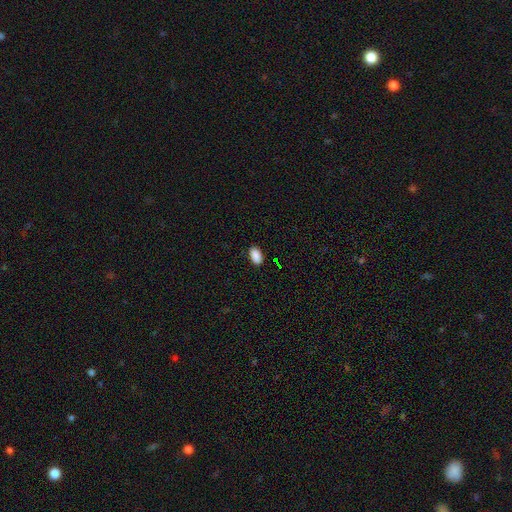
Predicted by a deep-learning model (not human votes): This appears to be a smooth galaxy with no disk features (89%) that is in between round and cigar-shaped (93%). Merging: none (87%).